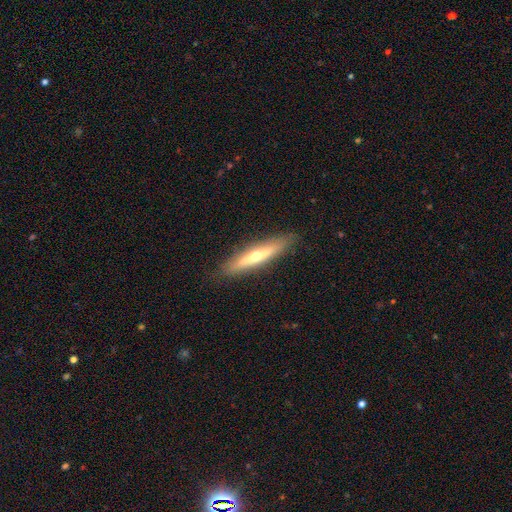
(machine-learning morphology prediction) Smooth or featured?
  - featured or disk: 57% *
  - smooth: 36%
  - star or artifact: 6%
Edge-on disk?
  - yes: 87% *
  - no: 13%
Edge-on bulge?
  - rounded: 85% *
  - none: 13%
  - boxy: 3%
Merging?
  - none: 88% *
  - minor disturbance: 9%
  - major disturbance: 2%
  - merger: 1%